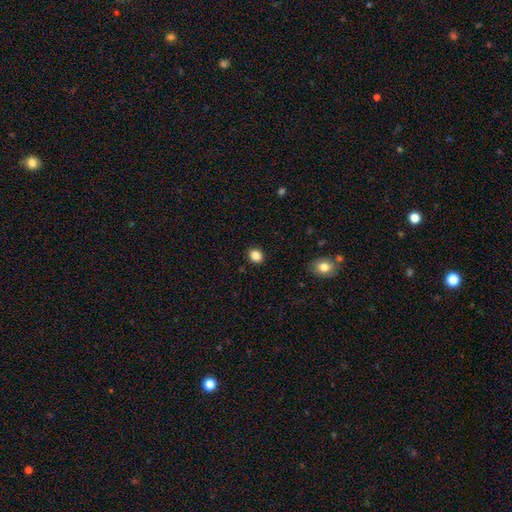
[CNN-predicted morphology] This is clearly a smooth galaxy (86%). How rounded: likely round (67%). Merging: clearly none (90%).